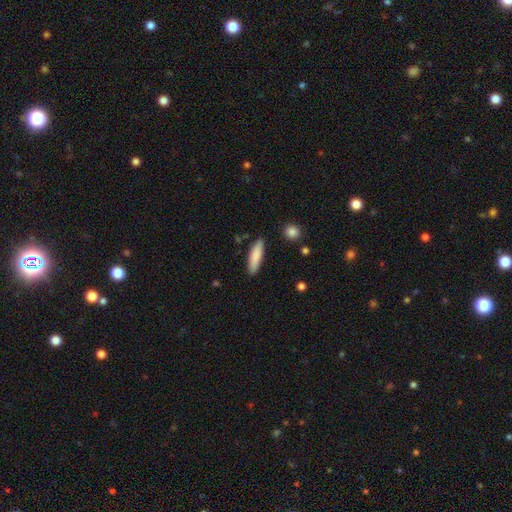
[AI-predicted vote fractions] Overall: smooth (86%). How rounded: cigar-shaped (65%; in between 34%). Merging: none (87%).